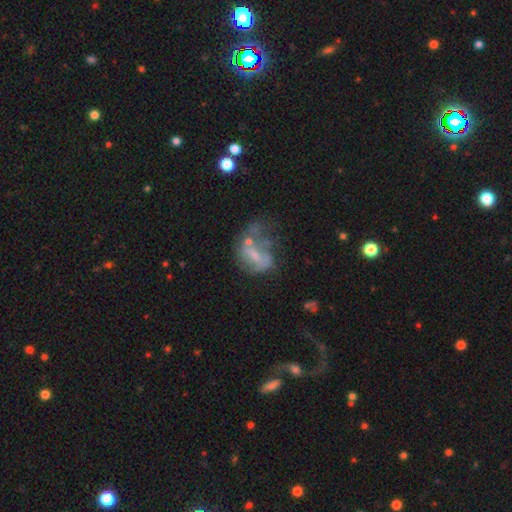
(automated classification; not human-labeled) smooth_or_featured: featured or disk (p=0.52) [alt: smooth p=0.35]
disk_edge_on: no (p=0.97) [alt: yes p=0.03]
bar: no (p=0.59) [alt: weak p=0.30]
has_spiral_arms: no (p=0.76) [alt: yes p=0.24]
bulge_size: none (p=0.40) [alt: small p=0.30]
merging: major disturbance (p=0.39) [alt: none p=0.23]